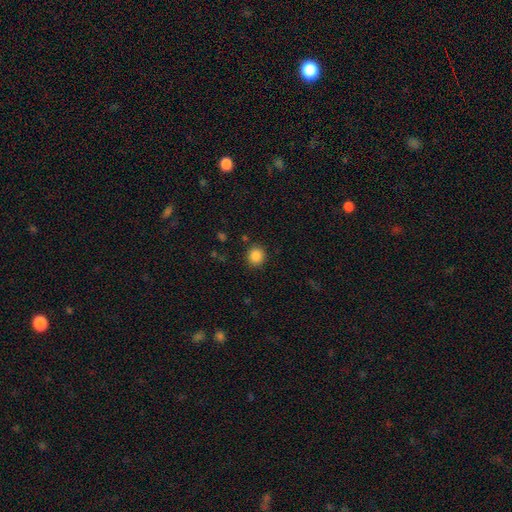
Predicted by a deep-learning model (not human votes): smooth_or_featured: smooth (p=0.86) [alt: star or artifact p=0.10]
how_rounded: round (p=0.85) [alt: in between p=0.14]
merging: none (p=0.88) [alt: minor disturbance p=0.07]